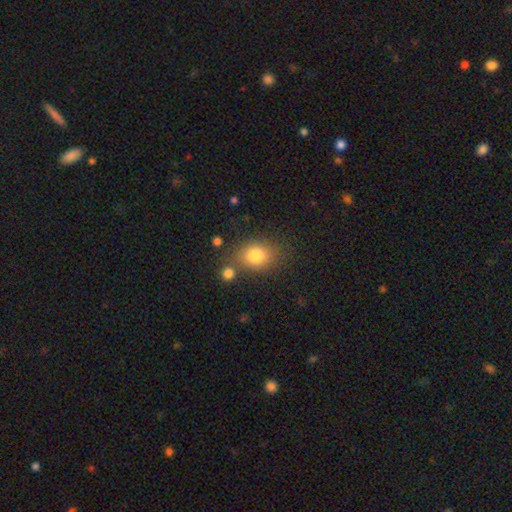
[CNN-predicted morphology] The model was most divided on "how rounded": in between: 60%, round: 39%, cigar-shaped: 1%. More confident: smooth or featured — smooth (79%); merging — none (68%).